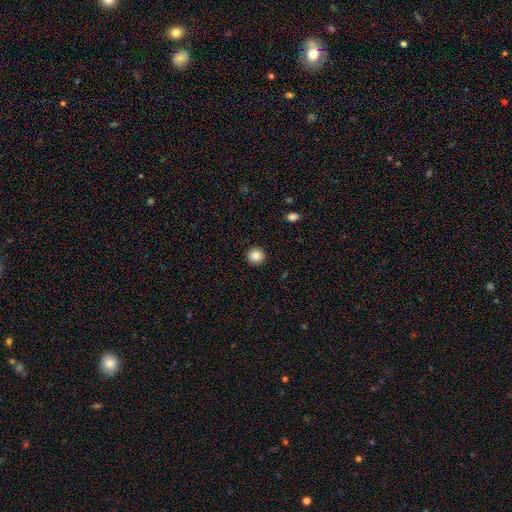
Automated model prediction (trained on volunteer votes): The model was most divided on "smooth or featured": smooth: 87%, star or artifact: 10%, featured or disk: 3%. More confident: how rounded — round (92%); merging — none (92%).